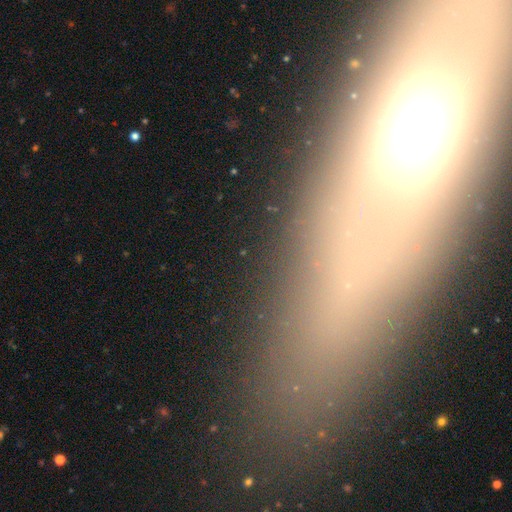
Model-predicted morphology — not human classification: This appears to be a featured or disk galaxy (41%). Merging: none (82%).